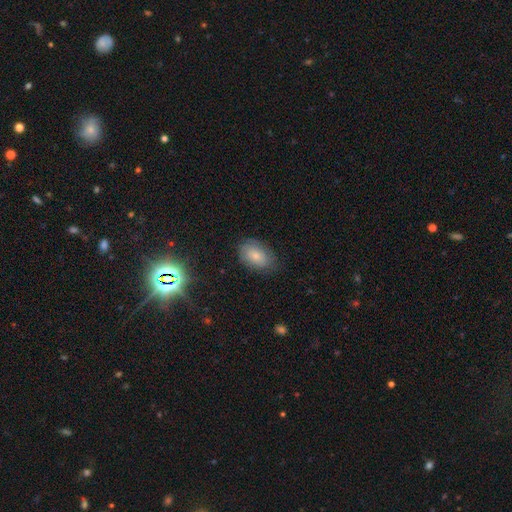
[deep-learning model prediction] This appears to be a smooth galaxy with no disk features (71%) that is in between round and cigar-shaped (85%). Merging: none (74%).